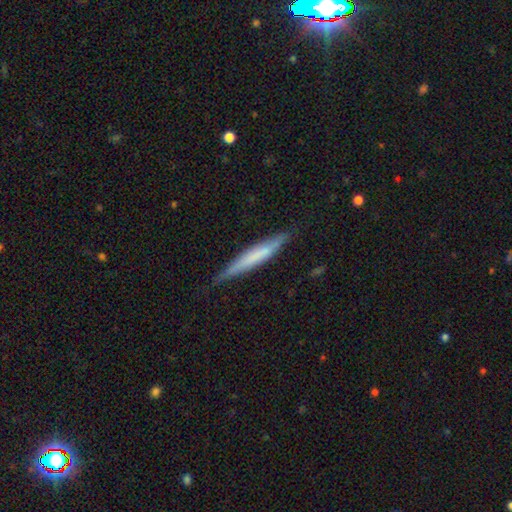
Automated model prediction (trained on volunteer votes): This is possibly a smooth galaxy (51%). How rounded: clearly cigar-shaped (94%). Merging: clearly none (82%).